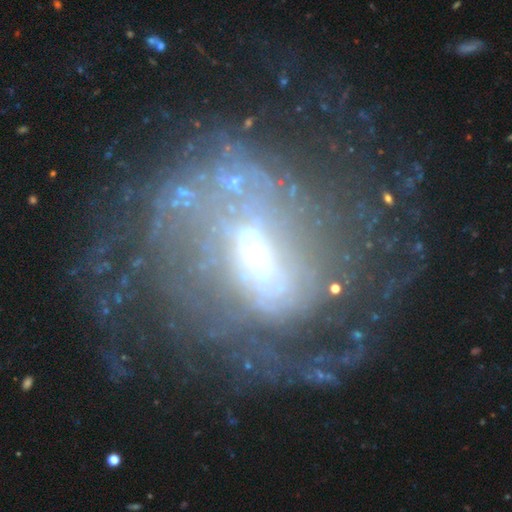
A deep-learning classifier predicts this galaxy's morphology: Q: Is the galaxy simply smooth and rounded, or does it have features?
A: featured or disk — 69%.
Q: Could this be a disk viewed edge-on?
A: no — 90%.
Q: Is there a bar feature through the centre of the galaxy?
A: strong — 38%.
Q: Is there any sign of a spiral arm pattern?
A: no — 52%.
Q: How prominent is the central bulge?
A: moderate — 40%.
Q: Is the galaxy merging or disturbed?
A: major disturbance — 41%.